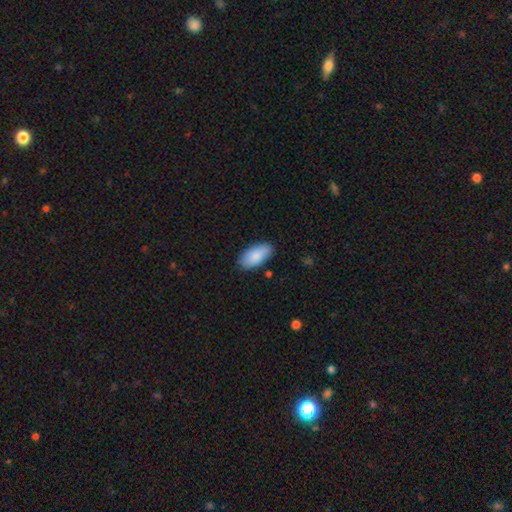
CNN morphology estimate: Smooth or featured? smooth (88%)
How rounded? in between (94%)
Merging? none (83%)